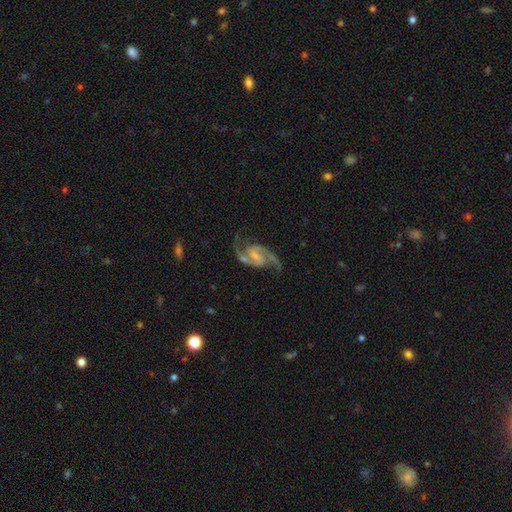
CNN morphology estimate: Smooth or featured? Predicted: featured or disk (p=0.93). Edge-on disk? Predicted: no (p=0.98). Bar? Predicted: weak (p=0.52). Spiral arms? Predicted: yes (p=0.98). Spiral winding? Predicted: medium (p=0.56). Spiral arm count? Predicted: 2 (p=0.94). Bulge size? Predicted: small (p=0.38). Merging? Predicted: none (p=0.74).